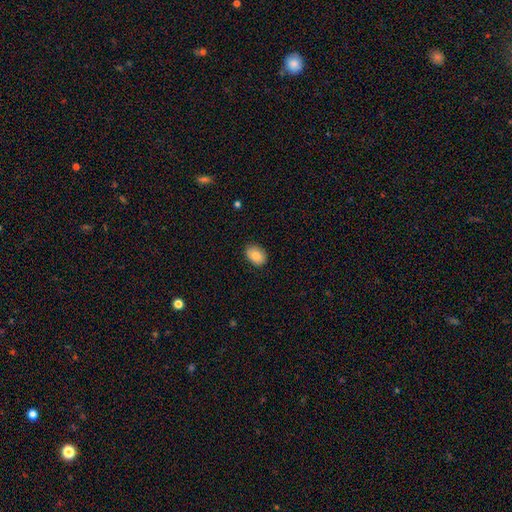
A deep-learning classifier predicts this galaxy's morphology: Q: Smooth or featured?
A: smooth (86%); runner-up: star or artifact (7%)
Q: How rounded?
A: in between (80%); runner-up: round (18%)
Q: Merging?
A: none (86%); runner-up: minor disturbance (11%)